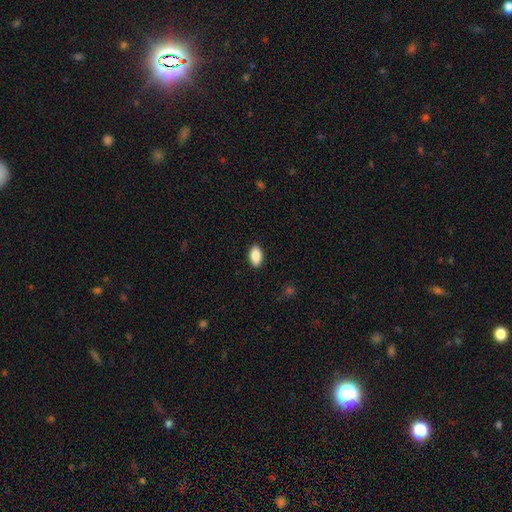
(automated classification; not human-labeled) Smooth or featured?
  - smooth: 88% *
  - star or artifact: 7%
  - featured or disk: 5%
How rounded?
  - in between: 92% *
  - round: 4%
  - cigar-shaped: 4%
Merging?
  - none: 89% *
  - minor disturbance: 8%
  - major disturbance: 2%
  - merger: 1%